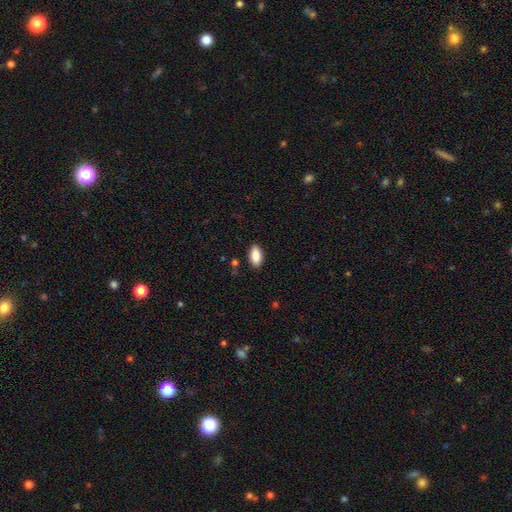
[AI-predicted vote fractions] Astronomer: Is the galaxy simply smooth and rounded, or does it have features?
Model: smooth — 89%.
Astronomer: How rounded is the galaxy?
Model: in between — 93%.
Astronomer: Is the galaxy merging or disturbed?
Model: none — 88%.